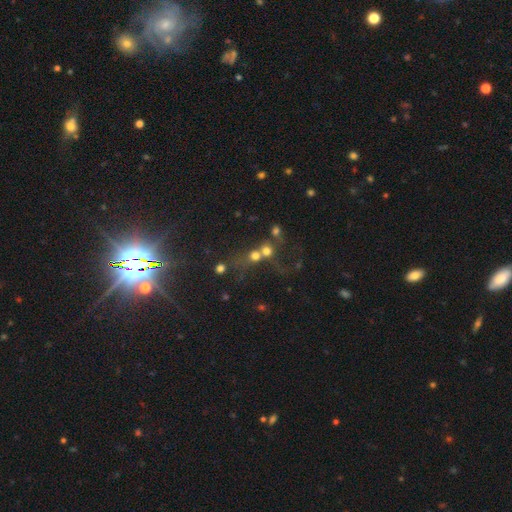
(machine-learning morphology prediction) This appears to be a smooth galaxy with no disk features (61%) that is round (83%). Merging: merger (53%).